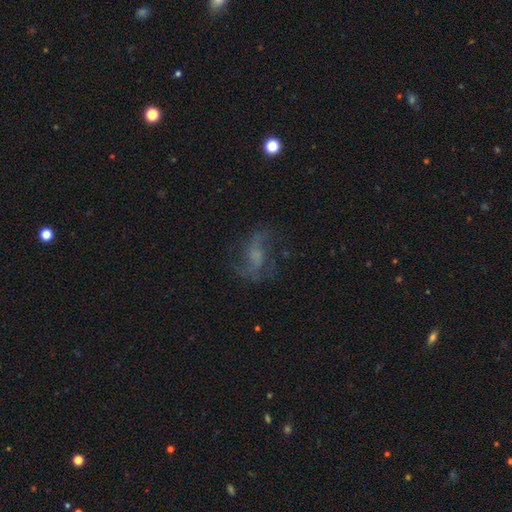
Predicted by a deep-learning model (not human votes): Q: Smooth or featured?
A: featured or disk (70%); runner-up: smooth (16%)
Q: Edge-on disk?
A: no (97%); runner-up: yes (3%)
Q: Bar?
A: no (54%); runner-up: weak (37%)
Q: Spiral arms?
A: yes (86%); runner-up: no (14%)
Q: Spiral winding?
A: loose (59%); runner-up: medium (33%)
Q: Spiral arm count?
A: 2 (74%); runner-up: can't tell (11%)
Q: Bulge size?
A: none (39%); runner-up: small (31%)
Q: Merging?
A: none (62%); runner-up: major disturbance (19%)